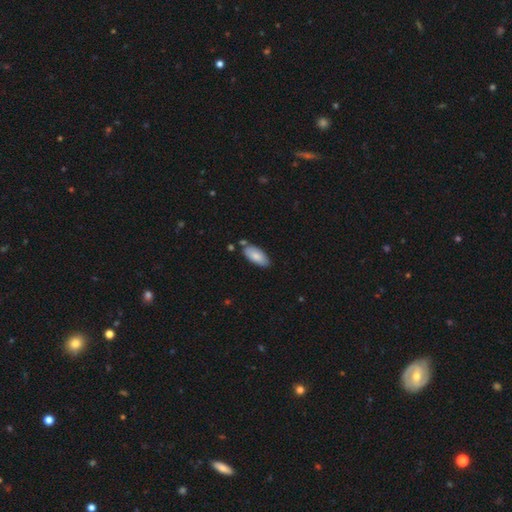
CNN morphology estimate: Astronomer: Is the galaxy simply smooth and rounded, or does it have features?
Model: smooth — 82%.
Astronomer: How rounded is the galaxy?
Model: in between — 90%.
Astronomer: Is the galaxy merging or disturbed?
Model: none — 71%.